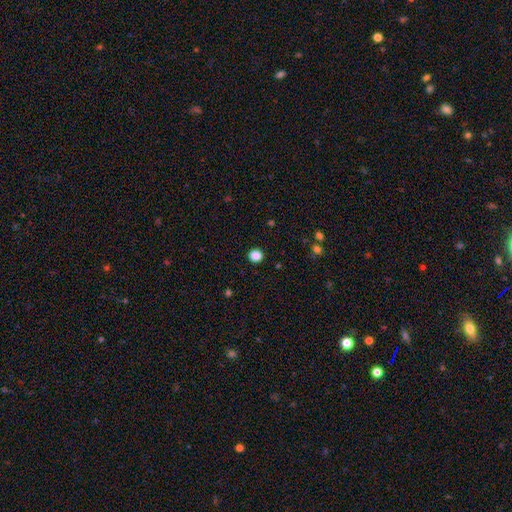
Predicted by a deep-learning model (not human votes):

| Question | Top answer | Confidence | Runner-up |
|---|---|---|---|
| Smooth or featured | smooth | 86% | star or artifact (11%) |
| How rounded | round | 91% | in between (8%) |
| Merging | none | 93% | minor disturbance (5%) |